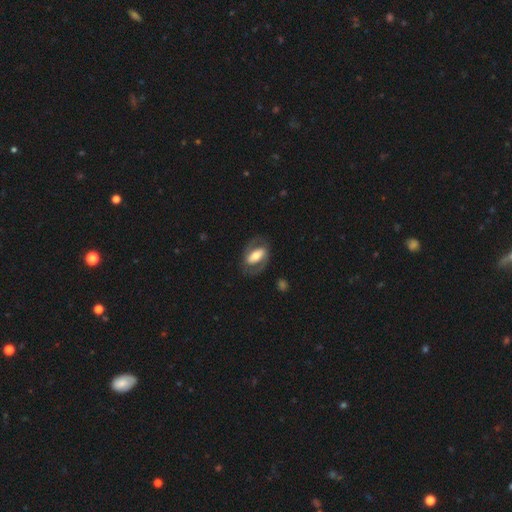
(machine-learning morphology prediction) The model was most divided on "bar": strong: 49%, weak: 26%, no: 24%. More confident: edge-on disk — no (92%); merging — none (74%); spiral arms — yes (65%); smooth or featured — featured or disk (63%); bulge size — moderate (52%).